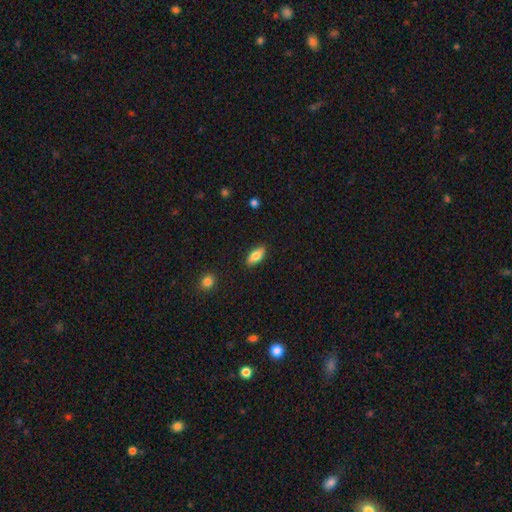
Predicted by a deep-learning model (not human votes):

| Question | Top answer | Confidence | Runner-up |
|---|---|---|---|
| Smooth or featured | smooth | 78% | featured or disk (15%) |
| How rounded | in between | 84% | cigar-shaped (13%) |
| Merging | none | 87% | minor disturbance (10%) |